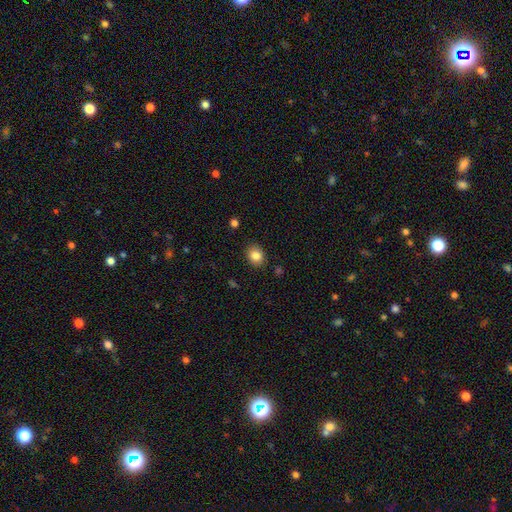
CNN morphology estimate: A smooth galaxy with no disk features (84%) that is round (53%).

Vote fractions:
- Smooth or featured? smooth: 84% / star or artifact: 10% / featured or disk: 6%
- How rounded? round: 53% / in between: 46% / cigar-shaped: 1%
- Merging? none: 88% / minor disturbance: 8% / major disturbance: 2% / merger: 1%